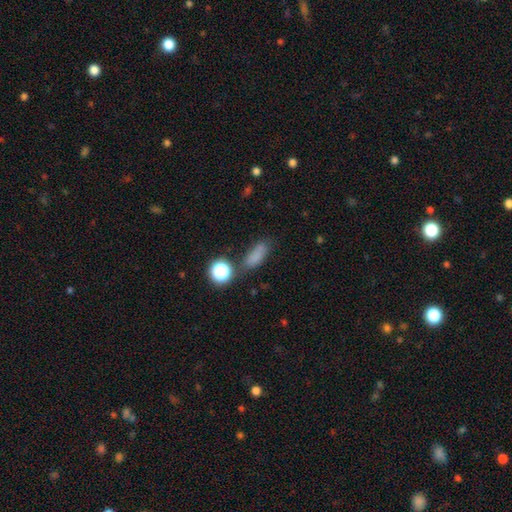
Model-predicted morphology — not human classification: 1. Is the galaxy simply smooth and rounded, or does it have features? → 75% smooth, 17% star or artifact, 8% featured or disk.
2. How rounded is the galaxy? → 67% in between, 21% cigar-shaped, 12% round.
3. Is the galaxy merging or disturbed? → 65% none, 18% minor disturbance, 9% merger, 7% major disturbance.